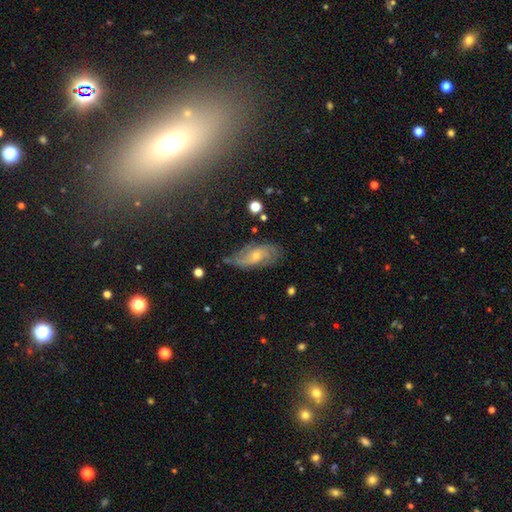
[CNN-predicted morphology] smooth_or_featured: featured or disk (p=0.66) [alt: smooth p=0.25]
disk_edge_on: no (p=0.91) [alt: yes p=0.09]
bar: no (p=0.66) [alt: weak p=0.29]
has_spiral_arms: yes (p=0.88) [alt: no p=0.12]
spiral_winding: medium (p=0.39) [alt: tight p=0.37]
spiral_arm_count: 2 (p=0.39) [alt: can't tell p=0.35]
bulge_size: small (p=0.62) [alt: moderate p=0.33]
merging: none (p=0.63) [alt: minor disturbance p=0.27]